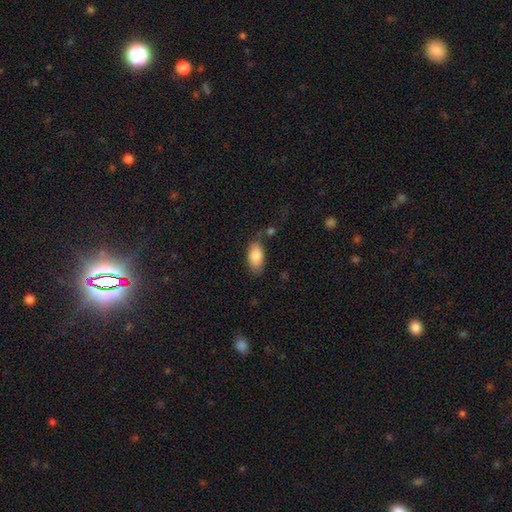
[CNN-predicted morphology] A smooth galaxy with no disk features (84%) that is in between round and cigar-shaped (92%). Merging: none (72%).